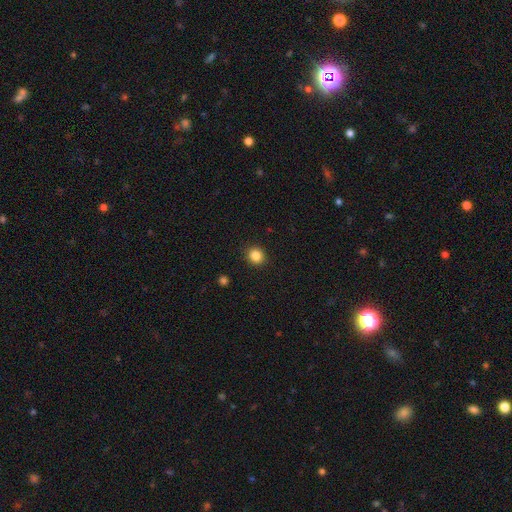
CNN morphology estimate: Q: Smooth or featured?
A: smooth (85%); runner-up: star or artifact (11%)
Q: How rounded?
A: round (84%); runner-up: in between (16%)
Q: Merging?
A: none (91%); runner-up: minor disturbance (6%)